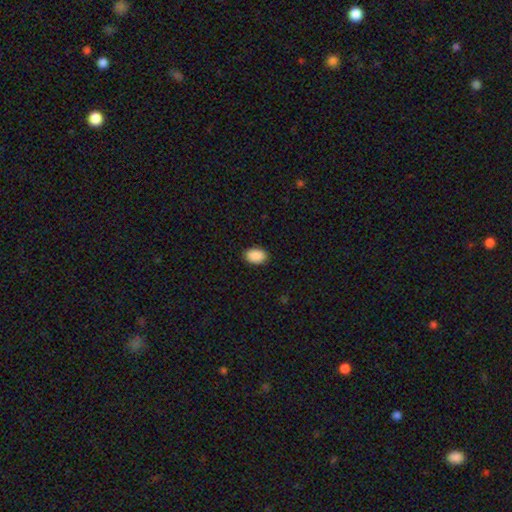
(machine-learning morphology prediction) Smooth or featured: smooth — 91% (star or artifact — 7%)
How rounded: in between — 86% (round — 13%)
Merging: none — 90% (minor disturbance — 7%)